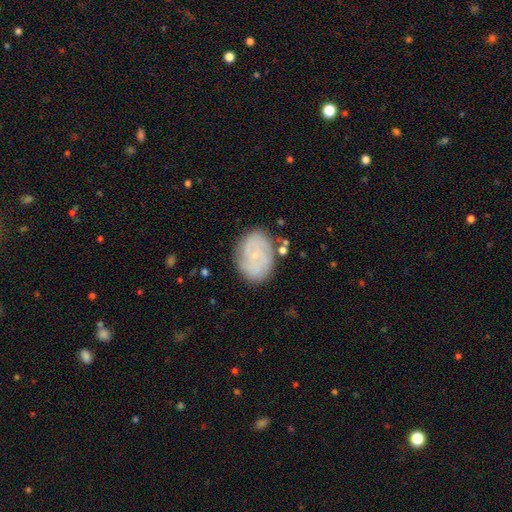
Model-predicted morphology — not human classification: The model was most divided on "spiral arm count": can't tell: 35%, 2: 23%, 3: 21%, 4: 10%, more than 4: 5%, 1: 5%. More confident: edge-on disk — no (97%); spiral arms — yes (87%); merging — none (77%); bulge size — small (74%); bar — no (72%); smooth or featured — featured or disk (61%); spiral winding — tight (57%).